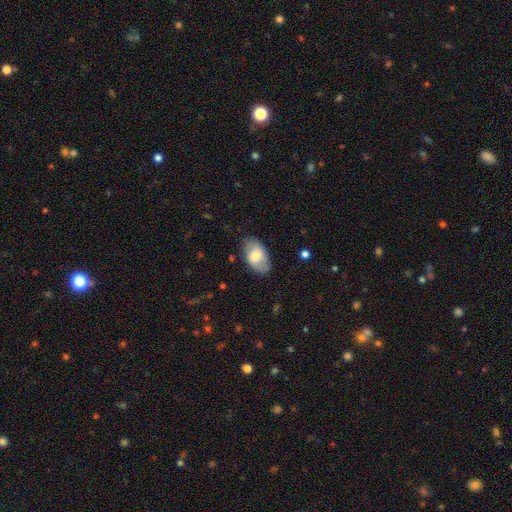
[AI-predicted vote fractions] Smooth or featured? Predicted: smooth (p=0.69). How rounded? Predicted: in between (p=0.94). Merging? Predicted: none (p=0.81).